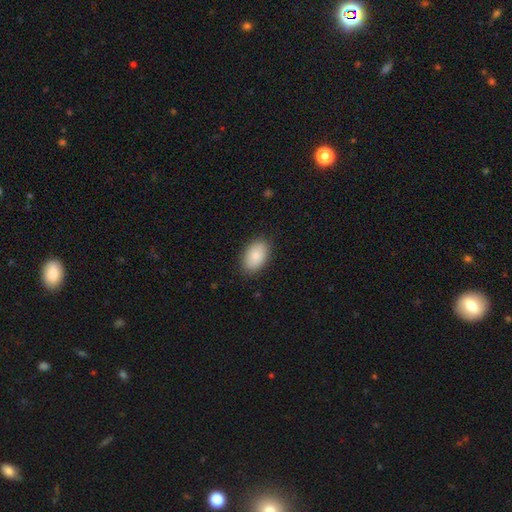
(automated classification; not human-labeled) This appears to be a smooth galaxy with no disk features (83%) that is in between round and cigar-shaped (90%). Merging: none (86%).